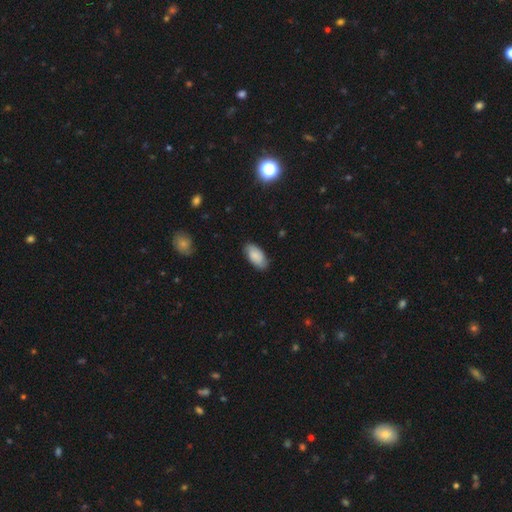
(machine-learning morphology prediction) Smooth or featured?
  - smooth: 82% *
  - featured or disk: 11%
  - star or artifact: 7%
How rounded?
  - in between: 94% *
  - cigar-shaped: 4%
  - round: 2%
Merging?
  - none: 82% *
  - minor disturbance: 15%
  - major disturbance: 3%
  - merger: 1%